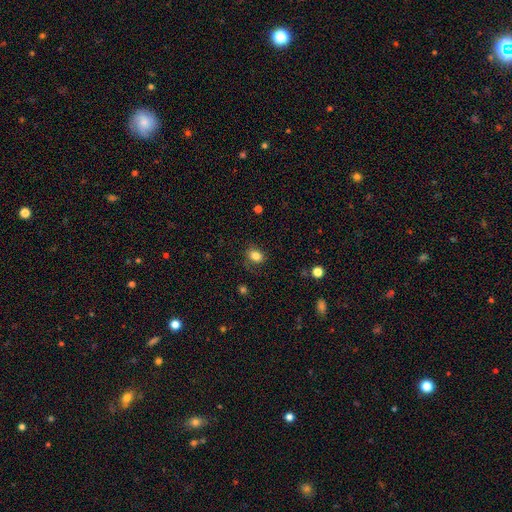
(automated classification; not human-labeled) Smooth or featured? smooth (83%)
How rounded? in between (54%)
Merging? none (76%)